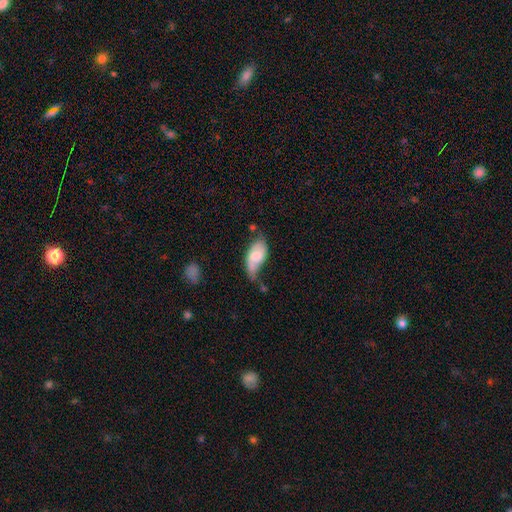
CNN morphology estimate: A smooth galaxy with no disk features (61%) that is in between round and cigar-shaped (91%).

Vote fractions:
- Smooth or featured? smooth: 61% / featured or disk: 32% / star or artifact: 7%
- How rounded? in between: 91% / cigar-shaped: 6% / round: 3%
- Merging? minor disturbance: 39% / none: 32% / major disturbance: 20% / merger: 10%